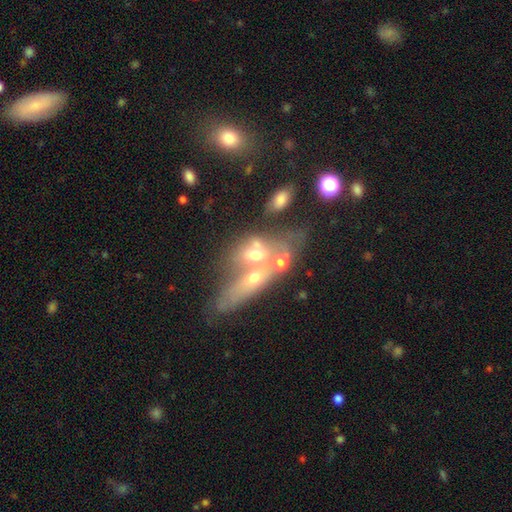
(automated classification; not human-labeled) smooth-or-featured: featured or disk: 48% | smooth: 39% | star or artifact: 14%
  merging: merger: 63% | none: 18% | major disturbance: 11% | minor disturbance: 9%